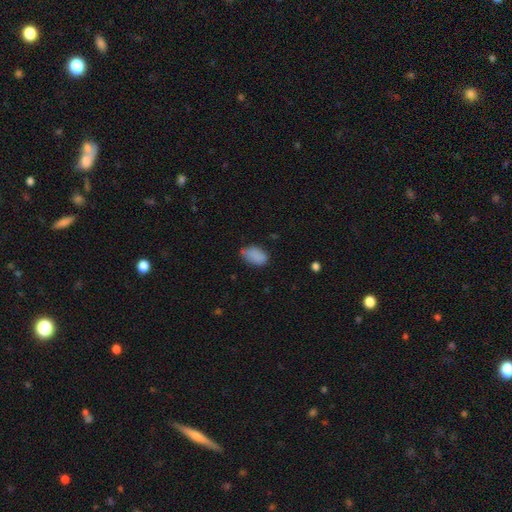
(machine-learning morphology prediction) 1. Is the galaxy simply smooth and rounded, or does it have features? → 85% smooth, 9% star or artifact, 6% featured or disk.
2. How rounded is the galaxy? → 90% in between, 8% round, 2% cigar-shaped.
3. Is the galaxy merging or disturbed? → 64% none, 28% minor disturbance, 6% major disturbance, 2% merger.